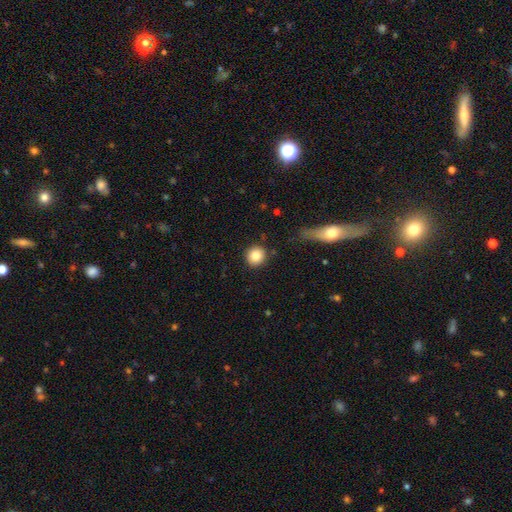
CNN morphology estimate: smooth 86%, star or artifact 9%, featured or disk 6%. Down the decision tree: how rounded — round (91%); merging — none (88%).